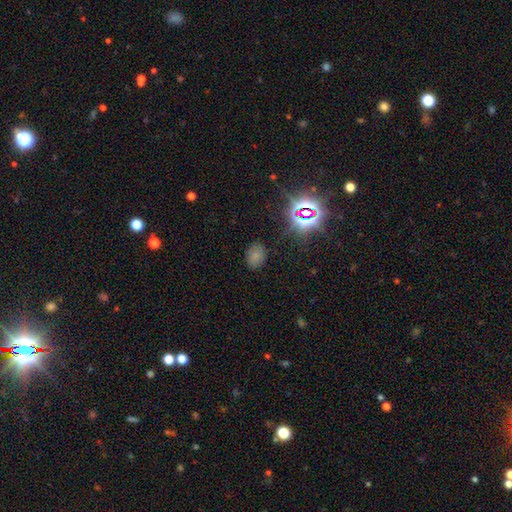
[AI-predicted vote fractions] Smooth or featured? Predicted: smooth (p=0.64). How rounded? Predicted: in between (p=0.67). Merging? Predicted: none (p=0.82).